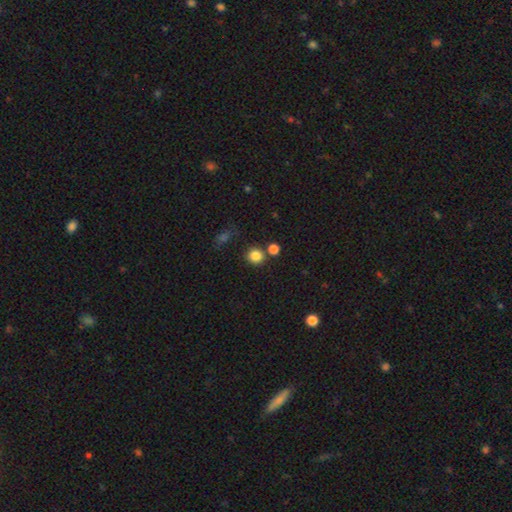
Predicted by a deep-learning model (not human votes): Q: Smooth or featured?
A: smooth (83%); runner-up: star or artifact (12%)
Q: How rounded?
A: round (87%); runner-up: in between (12%)
Q: Merging?
A: none (77%); runner-up: merger (11%)